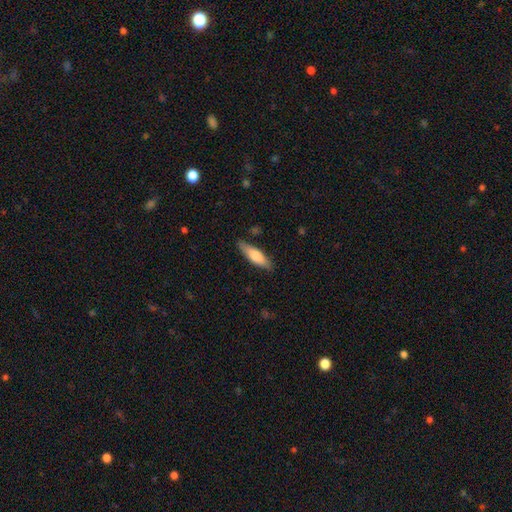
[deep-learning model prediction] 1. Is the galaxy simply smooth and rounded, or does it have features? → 71% smooth, 24% featured or disk, 5% star or artifact.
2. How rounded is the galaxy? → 59% cigar-shaped, 39% in between, 2% round.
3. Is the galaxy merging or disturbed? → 82% none, 14% minor disturbance, 3% major disturbance, 2% merger.